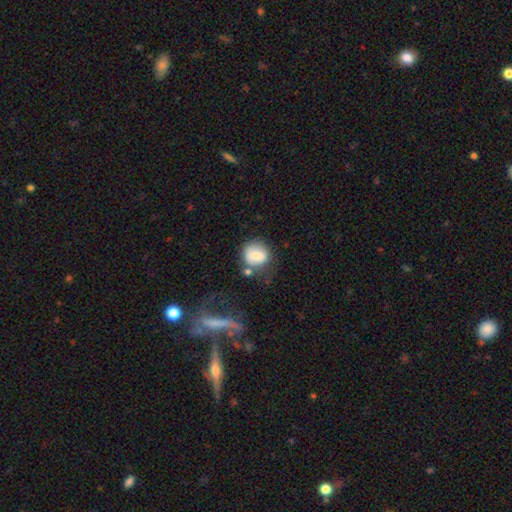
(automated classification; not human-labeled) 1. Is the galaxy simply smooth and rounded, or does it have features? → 75% smooth, 16% featured or disk, 9% star or artifact.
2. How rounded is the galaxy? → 80% round, 19% in between, 1% cigar-shaped.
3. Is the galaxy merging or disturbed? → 52% none, 23% minor disturbance, 14% merger, 12% major disturbance.